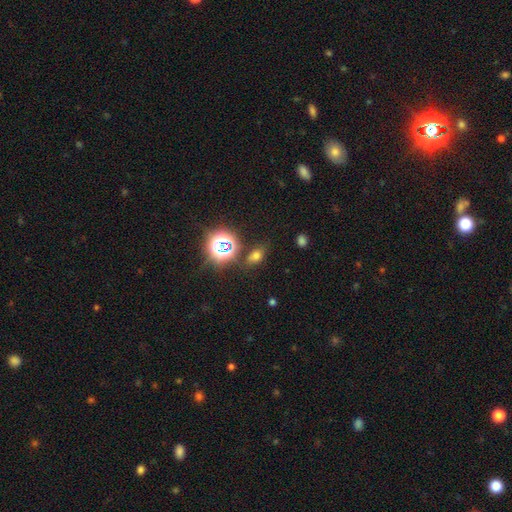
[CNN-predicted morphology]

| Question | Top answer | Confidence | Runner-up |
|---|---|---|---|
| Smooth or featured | smooth | 58% | star or artifact (33%) |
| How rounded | in between | 75% | round (22%) |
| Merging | none | 75% | minor disturbance (14%) |